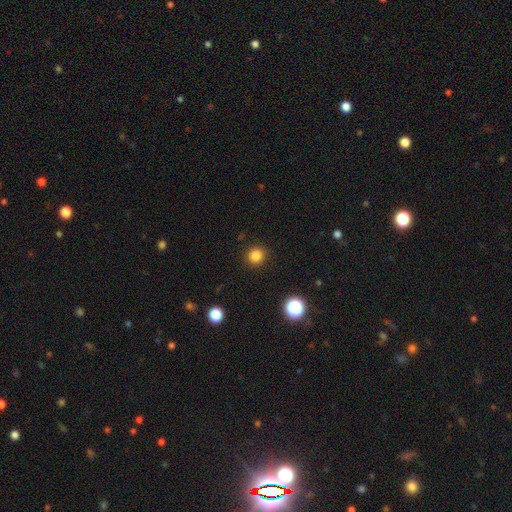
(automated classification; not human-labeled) smooth_or_featured: smooth (p=0.83) [alt: star or artifact p=0.13]
how_rounded: round (p=0.90) [alt: in between p=0.09]
merging: none (p=0.91) [alt: minor disturbance p=0.06]